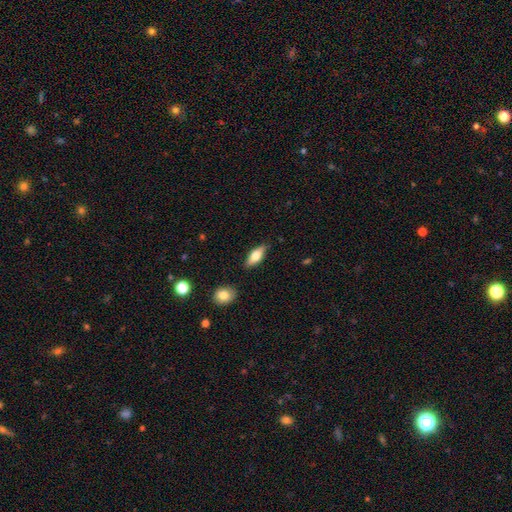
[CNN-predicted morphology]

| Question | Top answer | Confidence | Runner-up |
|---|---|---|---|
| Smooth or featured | smooth | 67% | featured or disk (27%) |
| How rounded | in between | 74% | cigar-shaped (23%) |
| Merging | none | 83% | minor disturbance (12%) |